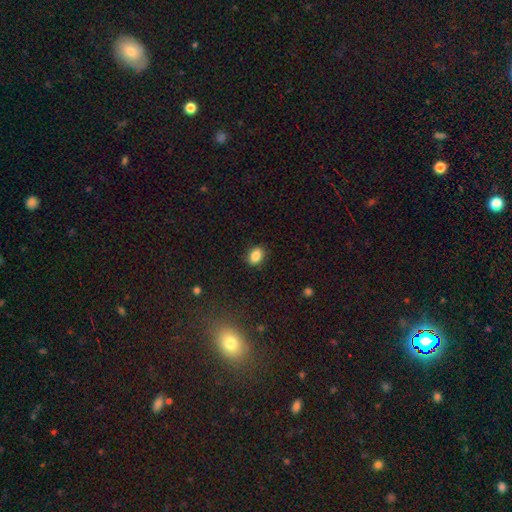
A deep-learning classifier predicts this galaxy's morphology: smooth 85%, star or artifact 9%, featured or disk 5%. Down the decision tree: how rounded — in between (75%); merging — none (87%).